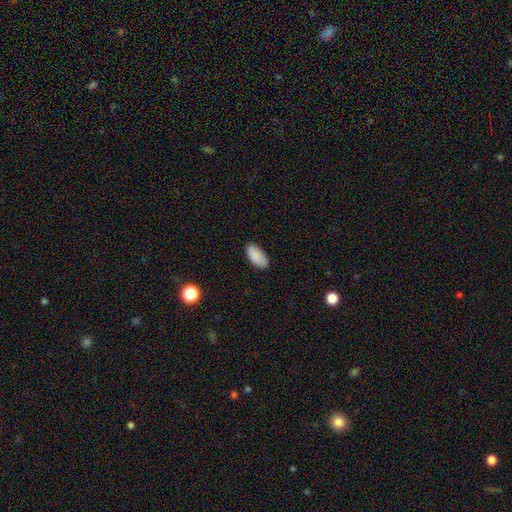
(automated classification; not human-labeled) smooth-or-featured: smooth: 89% | star or artifact: 7% | featured or disk: 4%
  how-rounded: in between: 94% | cigar-shaped: 4% | round: 2%
  merging: none: 86% | minor disturbance: 11% | major disturbance: 2% | merger: 1%